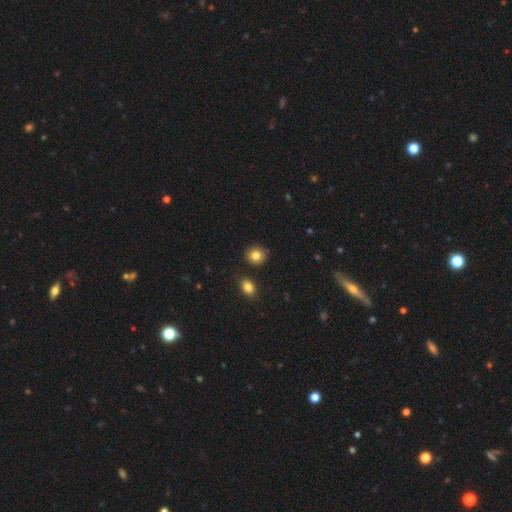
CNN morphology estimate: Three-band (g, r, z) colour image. It shows a smooth galaxy with no disk features (83%) that is round (84%). Merging: none (83%).